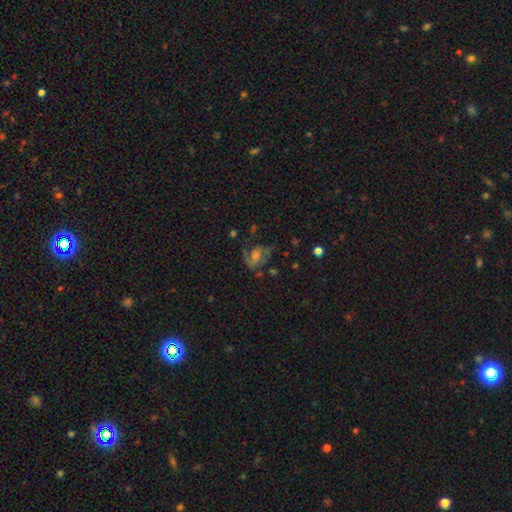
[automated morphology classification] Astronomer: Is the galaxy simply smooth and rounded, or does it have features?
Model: featured or disk — 66%.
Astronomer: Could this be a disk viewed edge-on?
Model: no — 97%.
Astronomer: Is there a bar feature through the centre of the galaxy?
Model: no — 50% (runner-up: weak, 38%).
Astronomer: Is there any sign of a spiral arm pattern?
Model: yes — 86%.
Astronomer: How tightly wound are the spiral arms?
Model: medium — 50% (runner-up: loose, 29%).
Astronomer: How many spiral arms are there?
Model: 2 — 71%.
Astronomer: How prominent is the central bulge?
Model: moderate — 45% (runner-up: small, 34%).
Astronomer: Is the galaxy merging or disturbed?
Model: none — 57%.